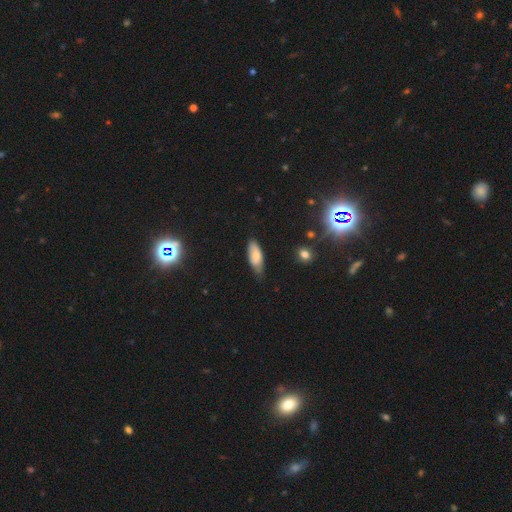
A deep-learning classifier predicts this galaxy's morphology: A smooth galaxy with no disk features (75%) that is in between round and cigar-shaped (76%).

Vote fractions:
- Smooth or featured? smooth: 75% / featured or disk: 18% / star or artifact: 8%
- How rounded? in between: 76% / cigar-shaped: 22% / round: 2%
- Merging? none: 60% / minor disturbance: 32% / major disturbance: 6% / merger: 2%